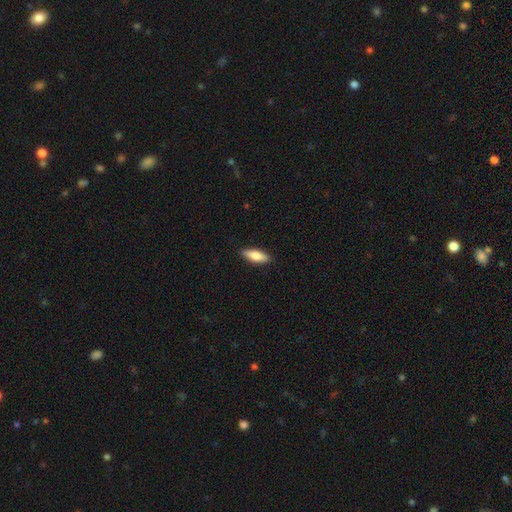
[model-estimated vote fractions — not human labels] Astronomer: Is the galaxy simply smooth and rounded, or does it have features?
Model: smooth — 76%.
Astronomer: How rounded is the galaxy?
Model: in between — 63%.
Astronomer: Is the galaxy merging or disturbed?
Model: none — 88%.